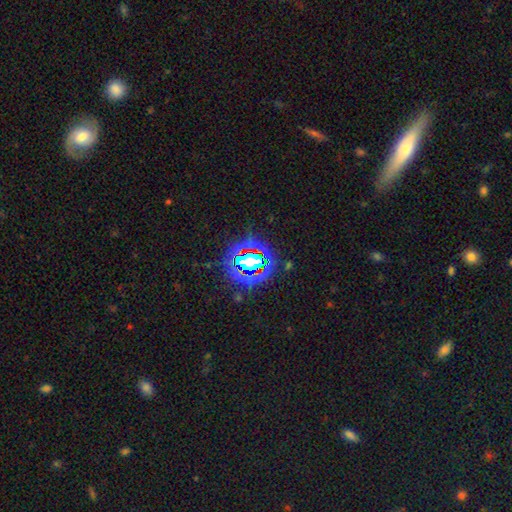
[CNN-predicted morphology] Smooth or featured?
  - star or artifact: 75% *
  - smooth: 15%
  - featured or disk: 10%